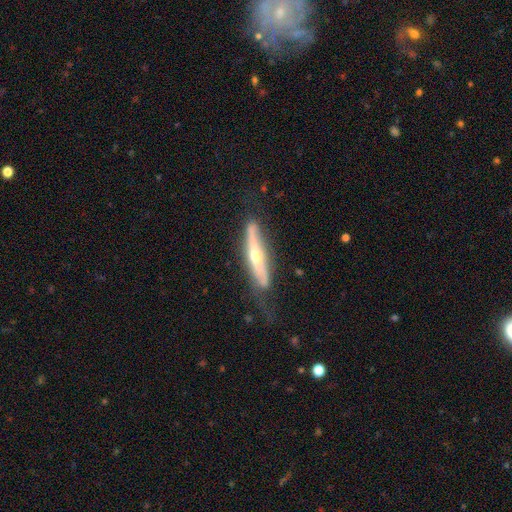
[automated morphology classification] type=featured or disk (68%); edge-on=yes (81%); edge-on bulge=rounded (85%); merging=none (60%).